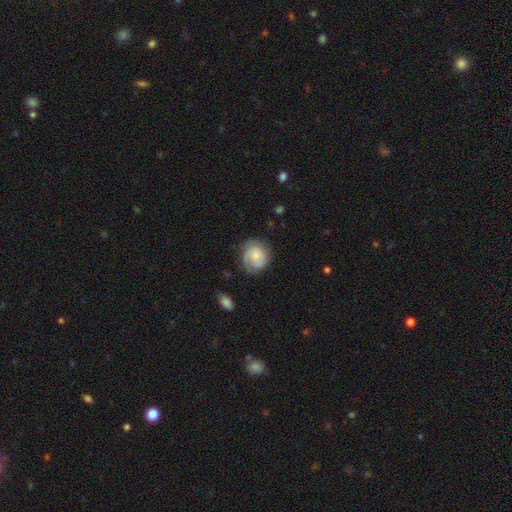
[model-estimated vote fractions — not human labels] smooth_or_featured: smooth (p=0.50) [alt: featured or disk p=0.43]
merging: none (p=0.65) [alt: minor disturbance p=0.22]